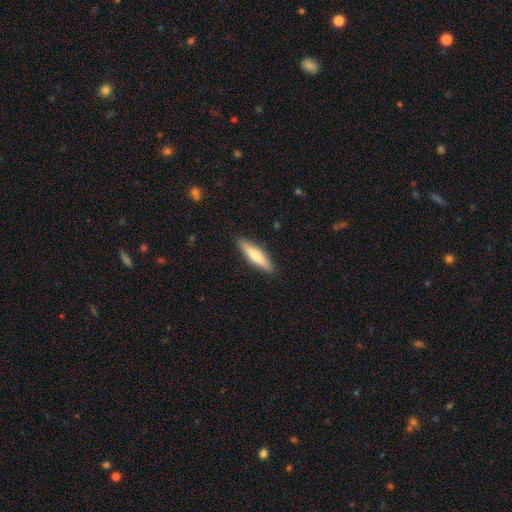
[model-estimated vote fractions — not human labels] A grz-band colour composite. It shows a smooth galaxy with no disk features (65%) that is cigar-shaped (76%). Merging: none (90%).